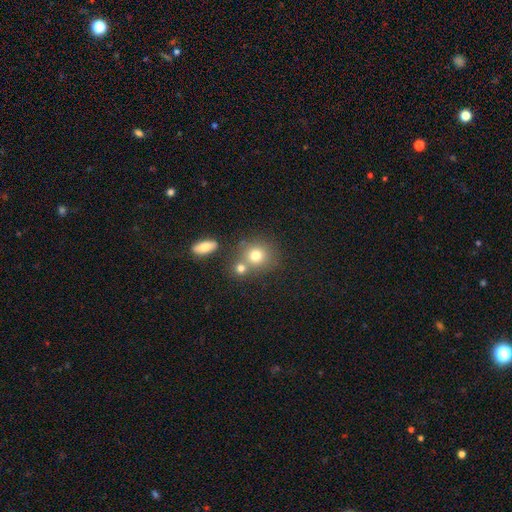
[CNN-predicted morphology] This is likely a smooth galaxy (75%). How rounded: clearly round (82%). Merging: possibly none (58%).